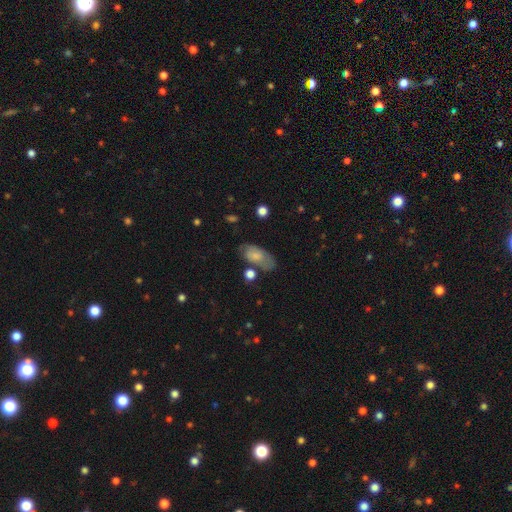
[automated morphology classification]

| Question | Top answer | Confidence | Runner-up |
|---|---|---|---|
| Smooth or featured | smooth | 68% | featured or disk (24%) |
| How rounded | in between | 90% | cigar-shaped (5%) |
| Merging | none | 56% | minor disturbance (25%) |